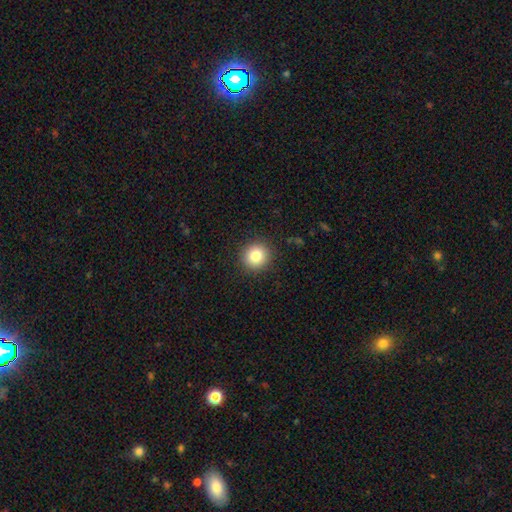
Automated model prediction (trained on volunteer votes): A smooth galaxy with no disk features (83%) that is round (91%).

Vote fractions:
- Smooth or featured? smooth: 83% / star or artifact: 10% / featured or disk: 7%
- How rounded? round: 91% / in between: 8% / cigar-shaped: 1%
- Merging? none: 91% / minor disturbance: 6% / major disturbance: 2% / merger: 1%